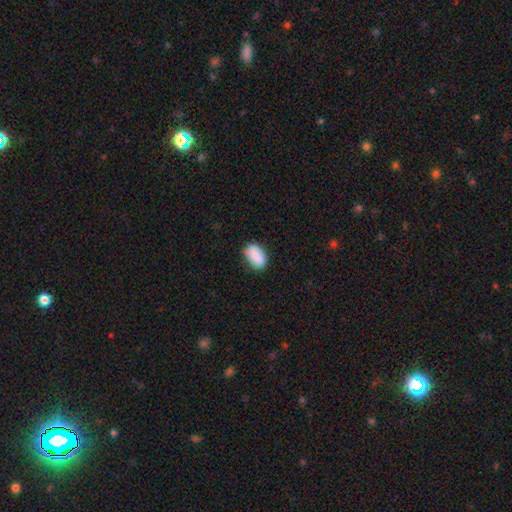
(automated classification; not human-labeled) Smooth or featured: smooth — 77% (featured or disk — 15%)
How rounded: in between — 88% (round — 10%)
Merging: none — 78% (minor disturbance — 17%)